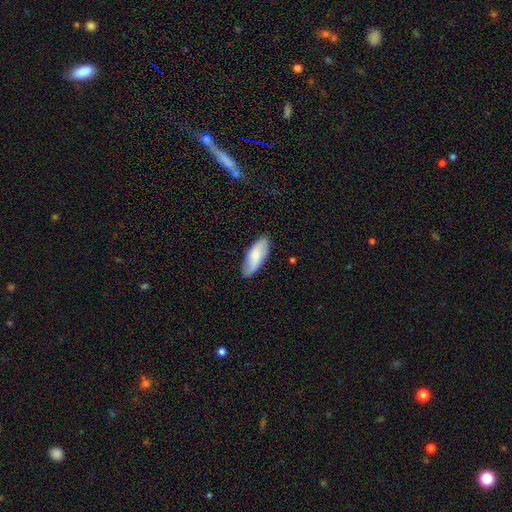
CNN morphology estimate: Smooth or featured? Predicted: smooth (p=0.70). How rounded? Predicted: in between (p=0.75). Merging? Predicted: none (p=0.85).